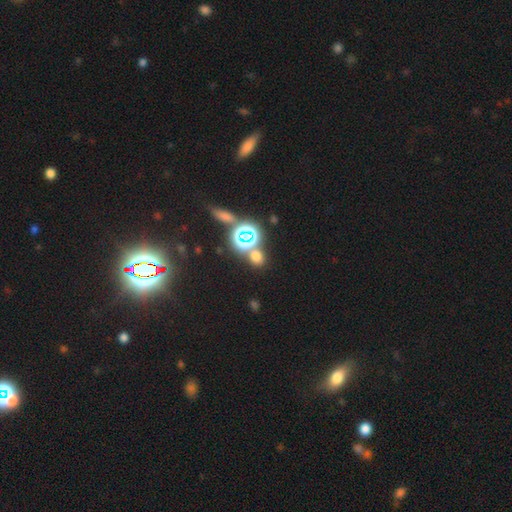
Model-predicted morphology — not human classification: This is possibly a smooth galaxy (59%). How rounded: likely round (73%). Merging: likely none (74%).